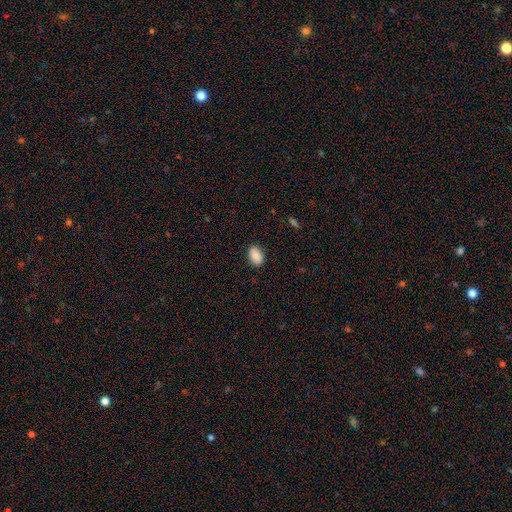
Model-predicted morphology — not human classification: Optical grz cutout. It shows a smooth galaxy with no disk features (87%) that is in between round and cigar-shaped (85%). Merging: none (85%).